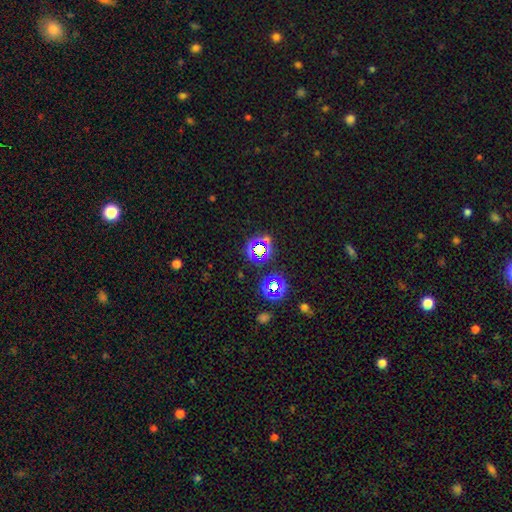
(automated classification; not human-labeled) Smooth or featured: star or artifact — 72% (smooth — 18%)